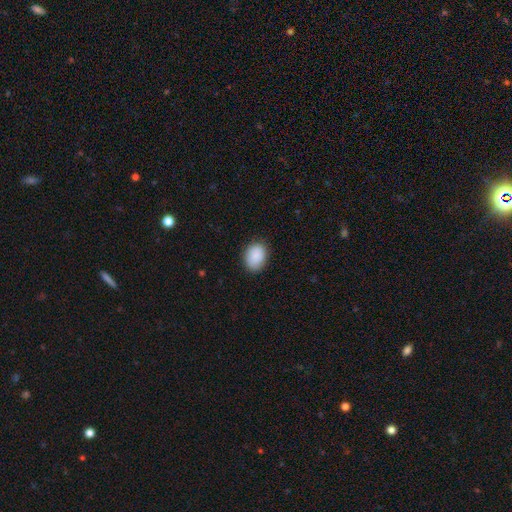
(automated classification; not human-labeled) smooth_or_featured: smooth (p=0.89) [alt: star or artifact p=0.07]
how_rounded: in between (p=0.72) [alt: round p=0.27]
merging: none (p=0.84) [alt: minor disturbance p=0.13]